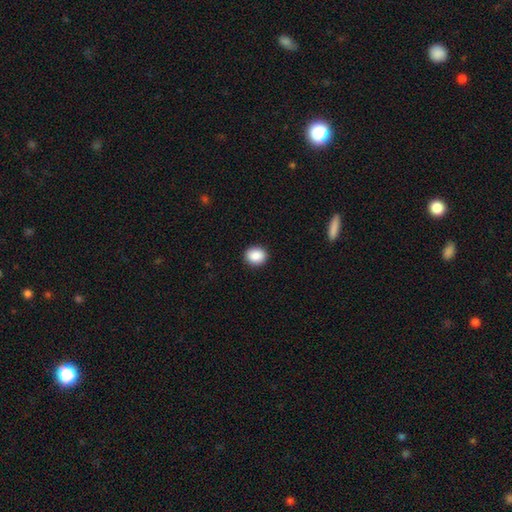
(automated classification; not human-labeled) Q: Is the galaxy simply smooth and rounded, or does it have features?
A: smooth — 89%.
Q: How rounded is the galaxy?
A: round — 65%.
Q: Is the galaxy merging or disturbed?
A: none — 91%.